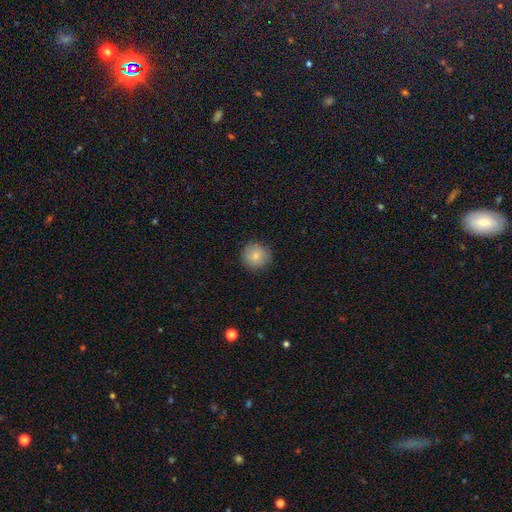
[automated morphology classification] Smooth or featured? Predicted: smooth (p=0.83). How rounded? Predicted: round (p=0.93). Merging? Predicted: none (p=0.87).